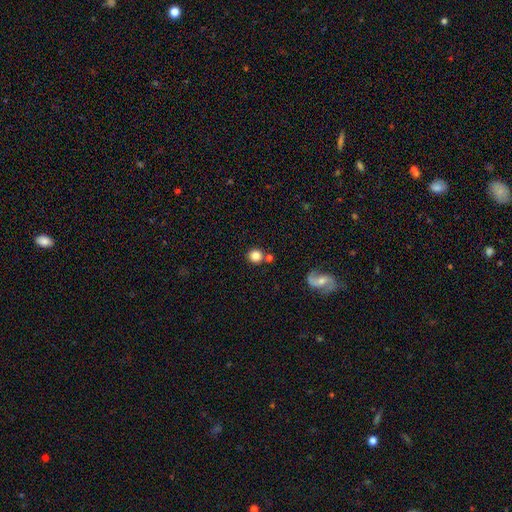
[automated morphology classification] Smooth or featured?
  - smooth: 82% *
  - star or artifact: 10%
  - featured or disk: 8%
How rounded?
  - round: 90% *
  - in between: 9%
  - cigar-shaped: 1%
Merging?
  - none: 76% *
  - merger: 13%
  - minor disturbance: 8%
  - major disturbance: 3%